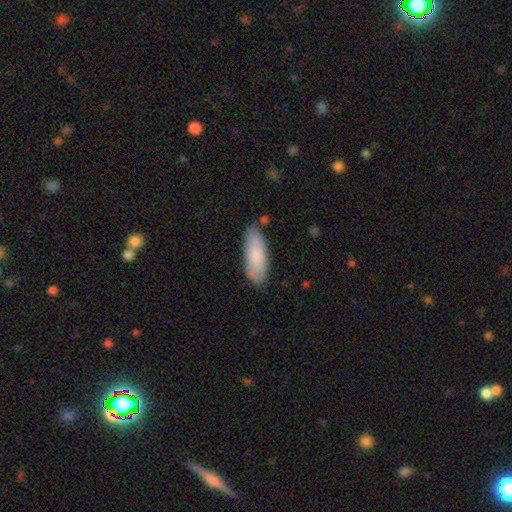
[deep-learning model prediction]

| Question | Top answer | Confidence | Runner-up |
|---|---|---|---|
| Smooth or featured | smooth | 84% | featured or disk (11%) |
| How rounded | in between | 70% | cigar-shaped (29%) |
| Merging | none | 78% | minor disturbance (17%) |